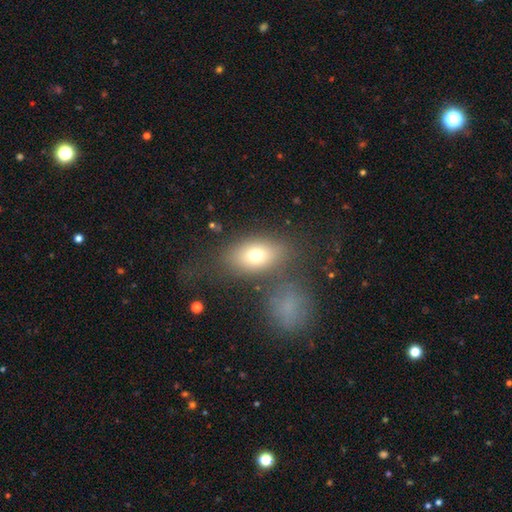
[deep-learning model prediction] The model was most divided on "merging": none: 69%, minor disturbance: 13%, merger: 10%, major disturbance: 8%. More confident: how rounded — in between (77%); smooth or featured — smooth (72%).